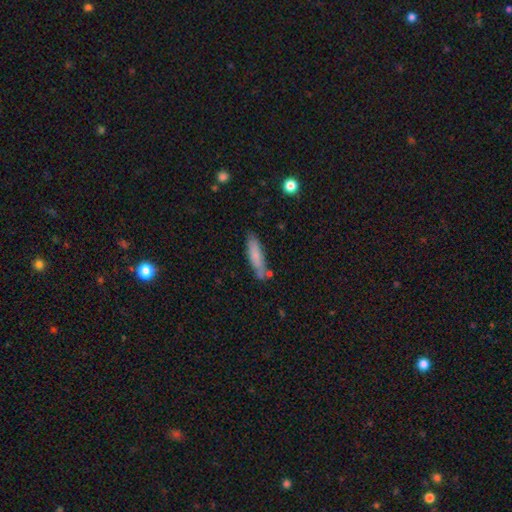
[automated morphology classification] A smooth galaxy with no disk features (75%) that is cigar-shaped (77%).

Vote fractions:
- Smooth or featured? smooth: 75% / featured or disk: 18% / star or artifact: 6%
- How rounded? cigar-shaped: 77% / in between: 21% / round: 1%
- Merging? none: 75% / minor disturbance: 16% / merger: 6% / major disturbance: 3%